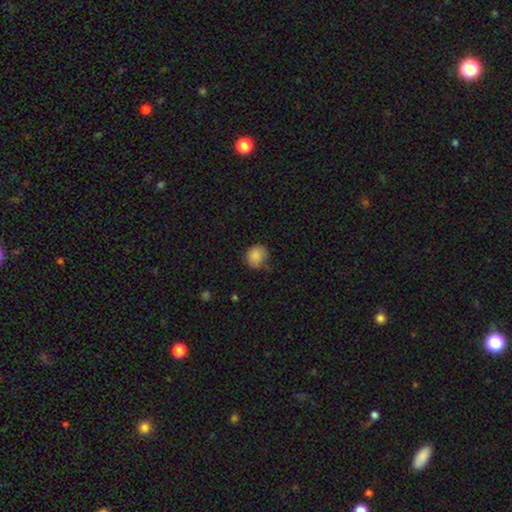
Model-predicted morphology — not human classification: smooth-or-featured: smooth: 86% | star or artifact: 8% | featured or disk: 6%
  how-rounded: round: 79% | in between: 20% | cigar-shaped: 1%
  merging: none: 65% | minor disturbance: 27% | major disturbance: 6% | merger: 2%